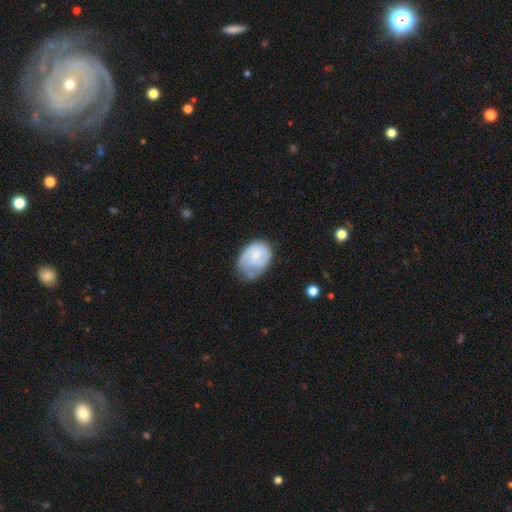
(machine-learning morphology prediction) This is possibly a smooth galaxy (56%). How rounded: likely in between (71%). Merging: marginally minor disturbance (42%).